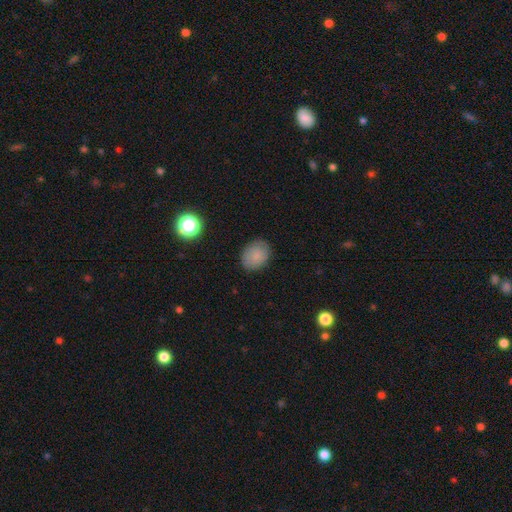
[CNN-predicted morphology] smooth_or_featured: smooth (p=0.81) [alt: featured or disk p=0.10]
how_rounded: in between (p=0.51) [alt: round p=0.48]
merging: none (p=0.84) [alt: minor disturbance p=0.12]